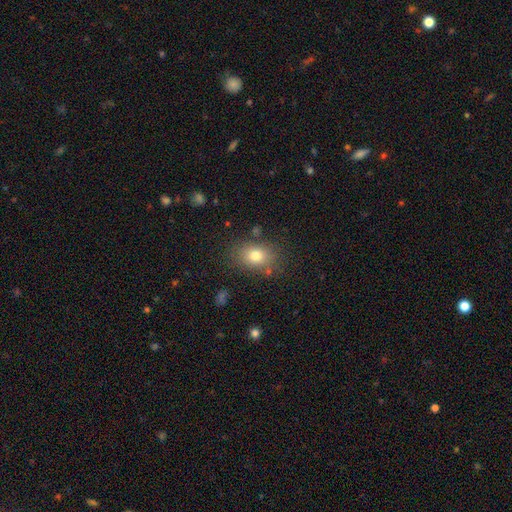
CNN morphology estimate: A smooth galaxy with no disk features (78%) that is in between round and cigar-shaped (70%). Merging: none (79%).